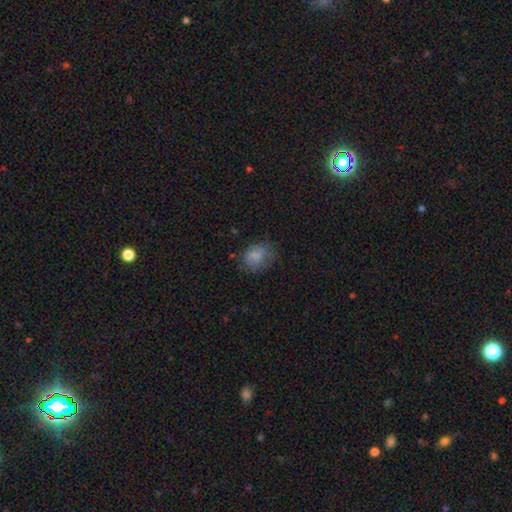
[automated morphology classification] A smooth galaxy with no disk features (76%) that is round (52%). Merging: none (58%).